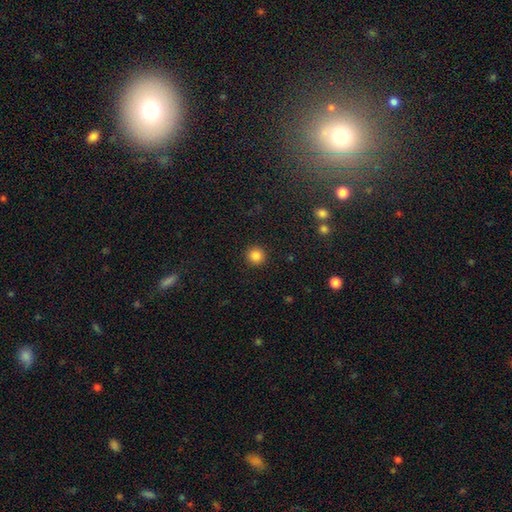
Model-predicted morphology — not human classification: Overall: smooth (86%). How rounded: round (94%). Merging: none (92%).